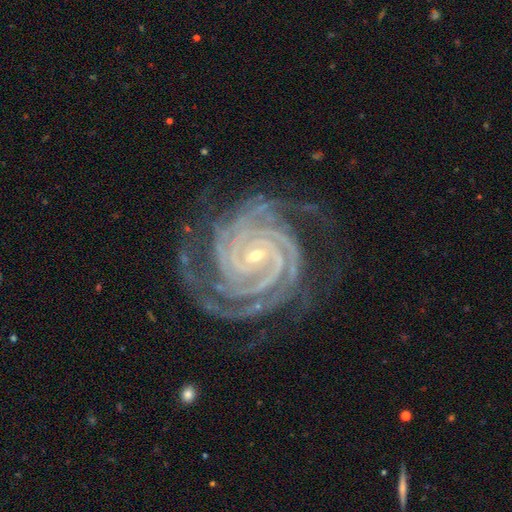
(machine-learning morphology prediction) type=featured or disk (94%); edge-on=no (98%); bar=no (38%); spiral arms=yes (99%); winding=tight (87%); arm count=4 (28%); bulge=small (76%); merging=none (75%).